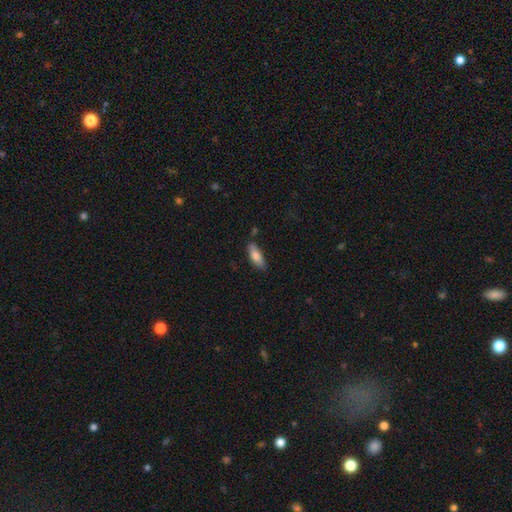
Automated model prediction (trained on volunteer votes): Smooth or featured? Predicted: smooth (p=0.79). How rounded? Predicted: in between (p=0.69). Merging? Predicted: none (p=0.76).